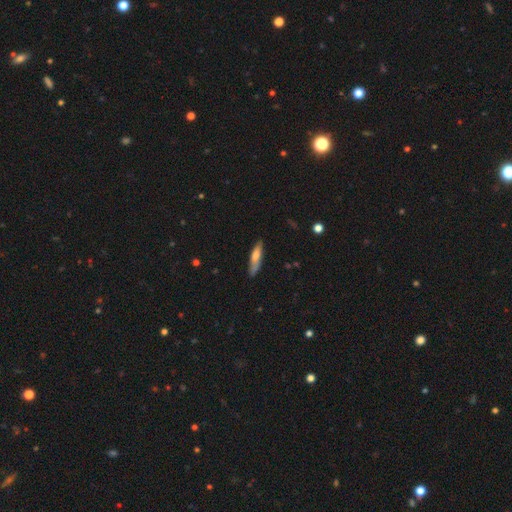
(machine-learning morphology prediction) This appears to be a smooth galaxy with no disk features (67%) that is cigar-shaped (80%). Merging: none (76%).